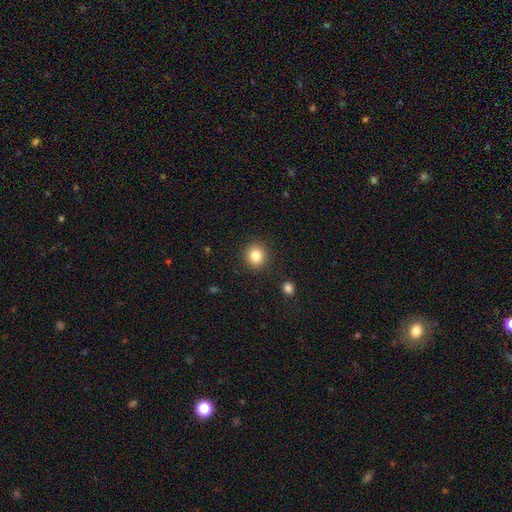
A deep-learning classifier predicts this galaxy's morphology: Smooth or featured? smooth (84%)
How rounded? round (88%)
Merging? none (89%)